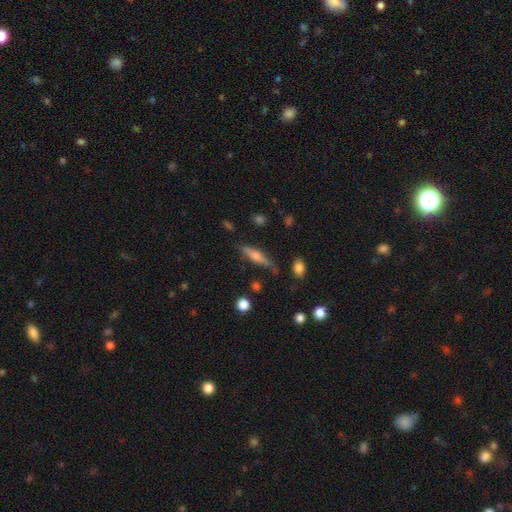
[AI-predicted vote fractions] A smooth galaxy with no disk features (51%) that is cigar-shaped (75%). Merging: none (77%).